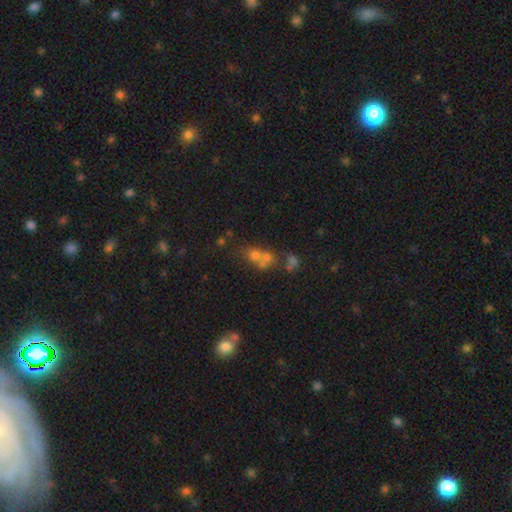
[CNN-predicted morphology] A smooth galaxy with no disk features (53%) that is round (68%). Merging: merger (56%).